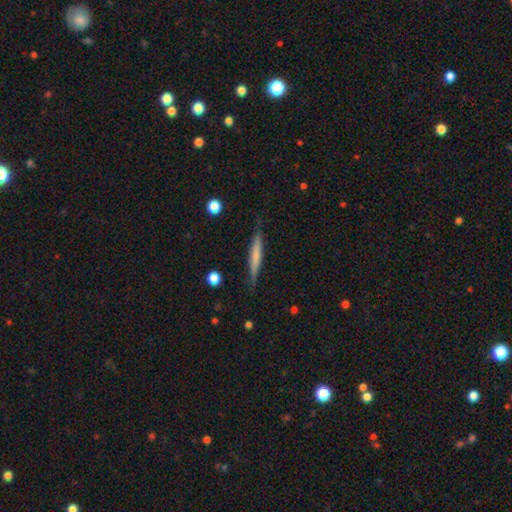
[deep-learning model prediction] Morphology: type=smooth (53%); roundness=cigar-shaped (94%); merging=none (84%).